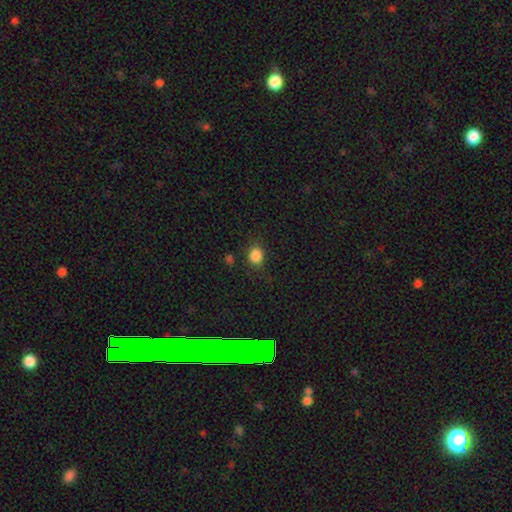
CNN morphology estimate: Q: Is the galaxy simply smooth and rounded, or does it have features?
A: smooth — 85%.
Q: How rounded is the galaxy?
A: round — 56%.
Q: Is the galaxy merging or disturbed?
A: none — 78%.